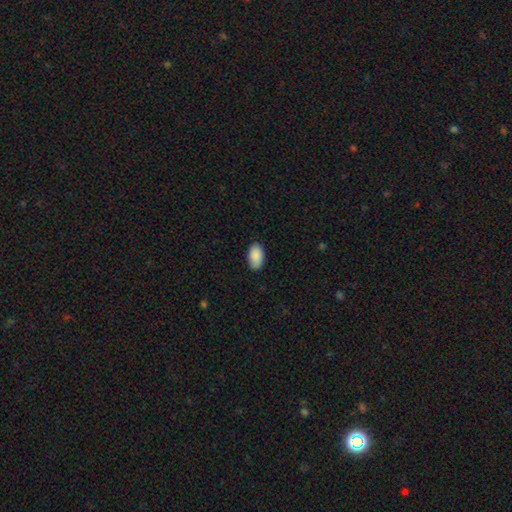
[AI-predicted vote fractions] A smooth galaxy with no disk features (90%) that is in between round and cigar-shaped (95%).

Vote fractions:
- Smooth or featured? smooth: 90% / star or artifact: 6% / featured or disk: 4%
- How rounded? in between: 95% / round: 4% / cigar-shaped: 1%
- Merging? none: 86% / minor disturbance: 11% / major disturbance: 2% / merger: 1%